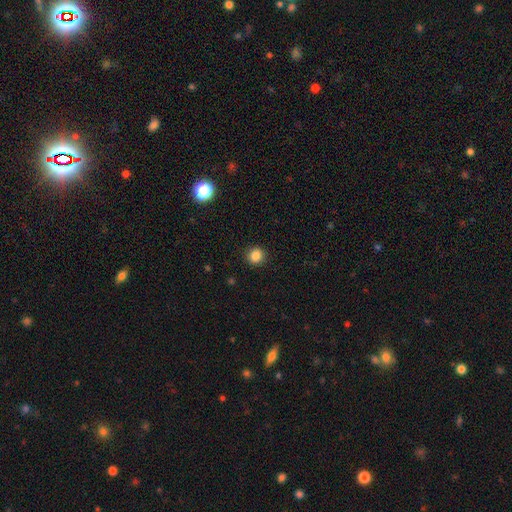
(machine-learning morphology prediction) Smooth or featured? smooth (85%)
How rounded? round (91%)
Merging? none (92%)